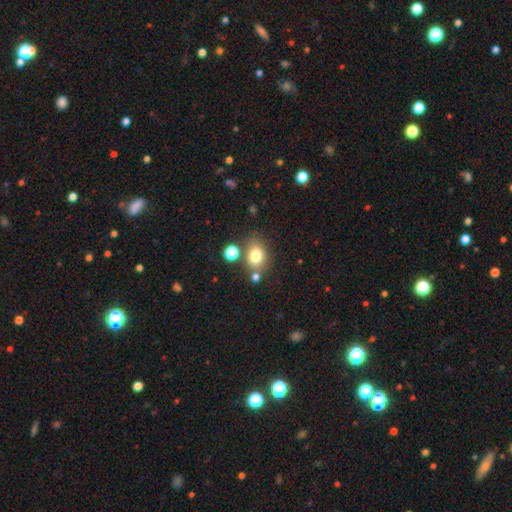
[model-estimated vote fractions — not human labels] smooth-or-featured: smooth: 77% | star or artifact: 13% | featured or disk: 10%
  how-rounded: in between: 53% | round: 46% | cigar-shaped: 1%
  merging: none: 69% | minor disturbance: 13% | merger: 13% | major disturbance: 5%